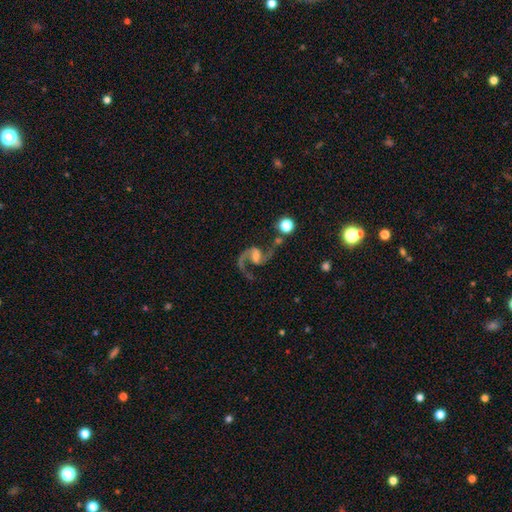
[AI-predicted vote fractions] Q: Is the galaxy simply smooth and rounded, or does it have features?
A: featured or disk — 92%.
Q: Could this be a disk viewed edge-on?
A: no — 98%.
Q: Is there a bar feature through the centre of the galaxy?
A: weak — 50%.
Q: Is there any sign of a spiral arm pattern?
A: yes — 98%.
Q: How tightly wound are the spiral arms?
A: loose — 49%.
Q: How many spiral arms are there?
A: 2 — 93%.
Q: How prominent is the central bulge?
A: moderate — 41%.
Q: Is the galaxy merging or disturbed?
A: none — 65%.